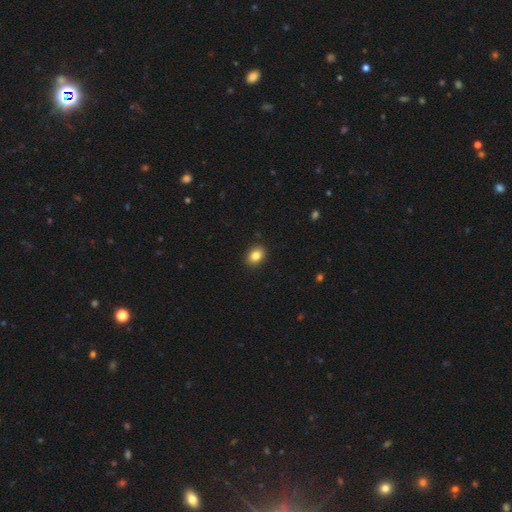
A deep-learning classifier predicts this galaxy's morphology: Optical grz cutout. It shows a smooth galaxy with no disk features (85%) that is in between round and cigar-shaped (68%). Merging: none (91%).